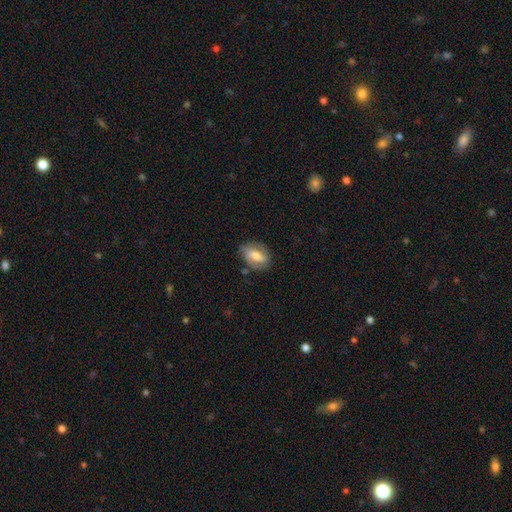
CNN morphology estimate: Smooth or featured? Predicted: featured or disk (p=0.48). Merging? Predicted: none (p=0.70).